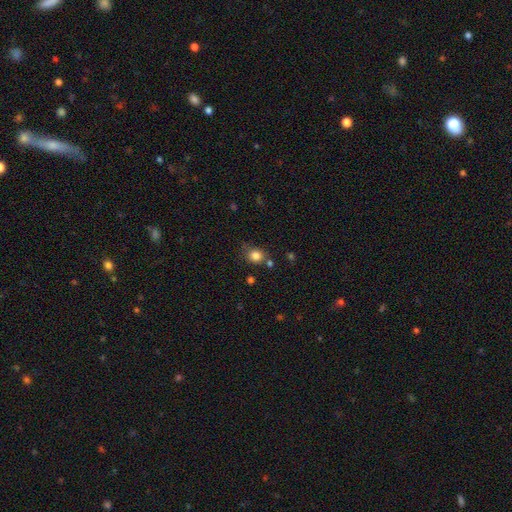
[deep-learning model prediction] Overall: smooth (83%). How rounded: round (73%). Merging: none (71%).